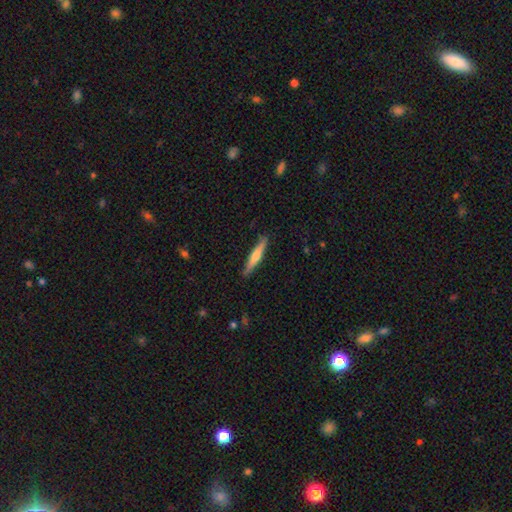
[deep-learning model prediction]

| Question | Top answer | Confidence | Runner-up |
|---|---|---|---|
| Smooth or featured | smooth | 48% | featured or disk (47%) |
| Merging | none | 90% | minor disturbance (8%) |